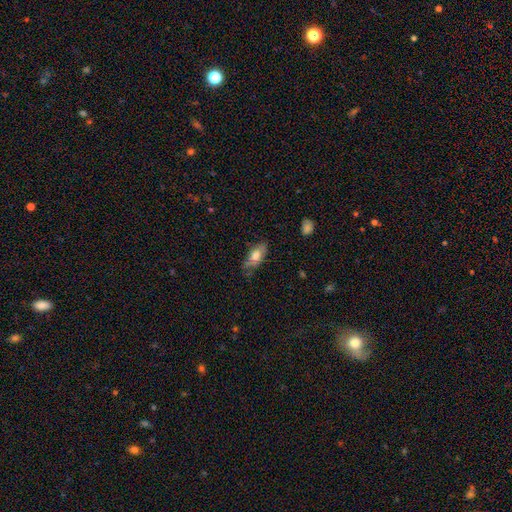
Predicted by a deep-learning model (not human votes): Overall: smooth (68%). How rounded: in between (82%). Merging: none (65%; minor disturbance 27%).